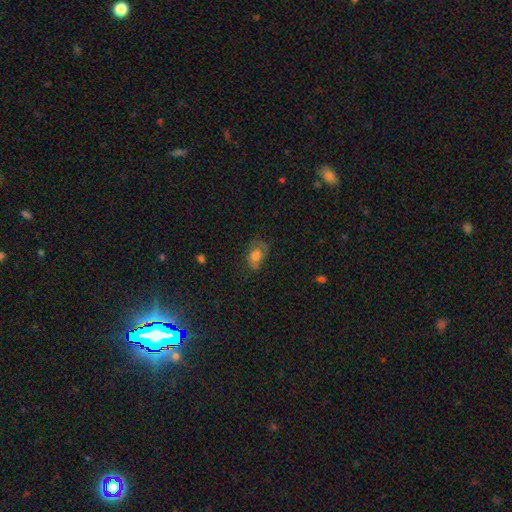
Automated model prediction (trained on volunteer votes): Q: Smooth or featured?
A: smooth (65%); runner-up: featured or disk (22%)
Q: How rounded?
A: in between (83%); runner-up: round (15%)
Q: Merging?
A: none (58%); runner-up: minor disturbance (27%)